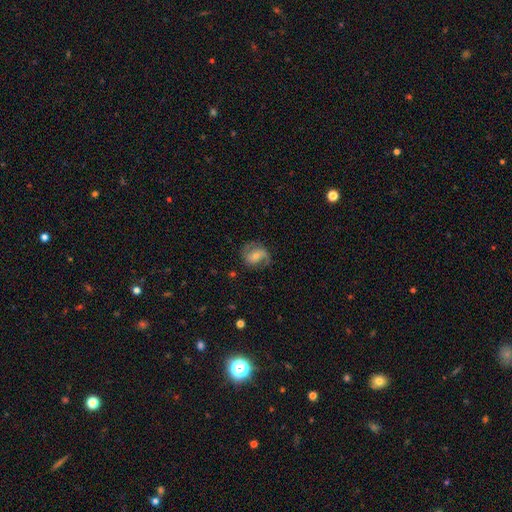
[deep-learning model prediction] A featured or disk galaxy (68%) with no bar (42%), 2 (80%) medium (48%) spiral arms (90%) and a moderate central bulge (48%). Merging: none (75%).